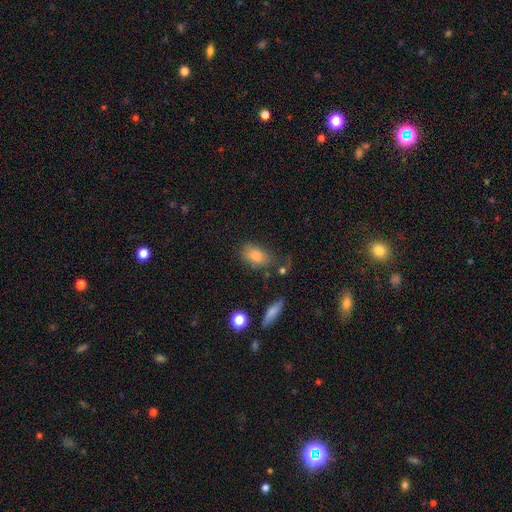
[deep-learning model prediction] This is clearly a smooth galaxy (82%). How rounded: clearly in between (87%). Merging: possibly none (58%).